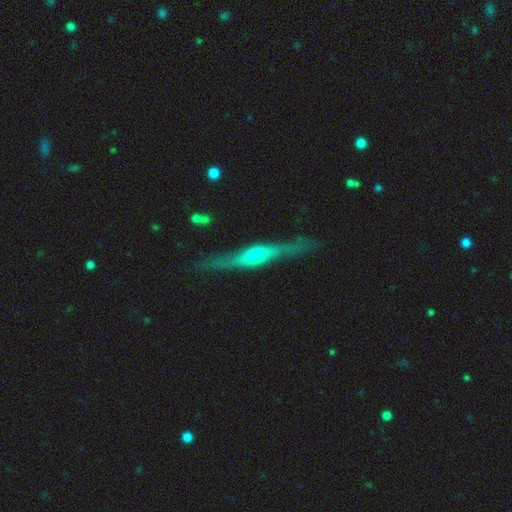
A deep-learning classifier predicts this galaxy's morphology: The model was most divided on "smooth or featured": featured or disk: 71%, smooth: 23%, star or artifact: 6%. More confident: edge-on disk — yes (93%); merging — none (80%); edge-on bulge — rounded (71%).